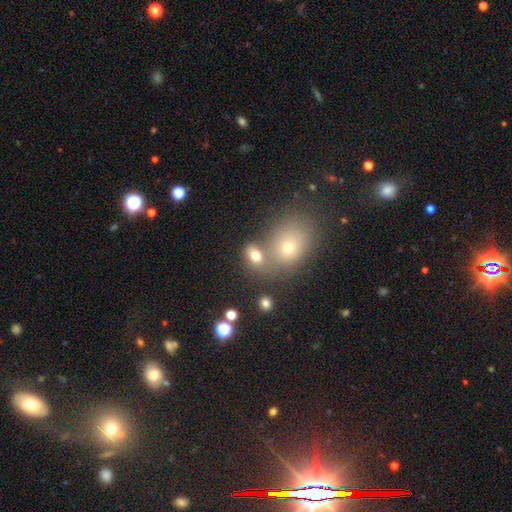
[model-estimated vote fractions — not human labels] A smooth galaxy with no disk features (73%) that is in between round and cigar-shaped (67%). Merging: none (50%).